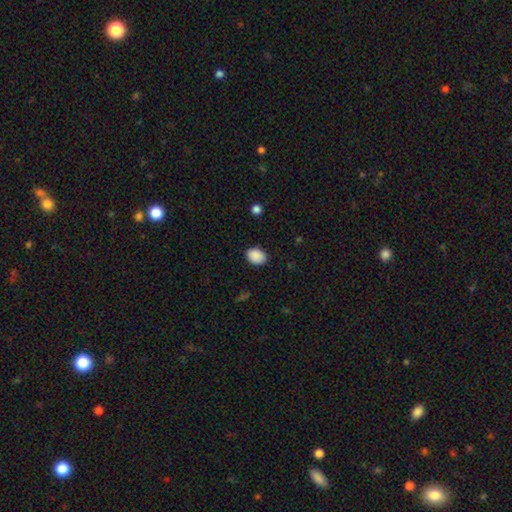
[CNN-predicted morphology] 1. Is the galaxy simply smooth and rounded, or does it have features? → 90% smooth, 8% star or artifact, 3% featured or disk.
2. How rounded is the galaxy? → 69% in between, 30% round, 1% cigar-shaped.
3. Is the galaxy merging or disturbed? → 87% none, 10% minor disturbance, 2% major disturbance, 1% merger.